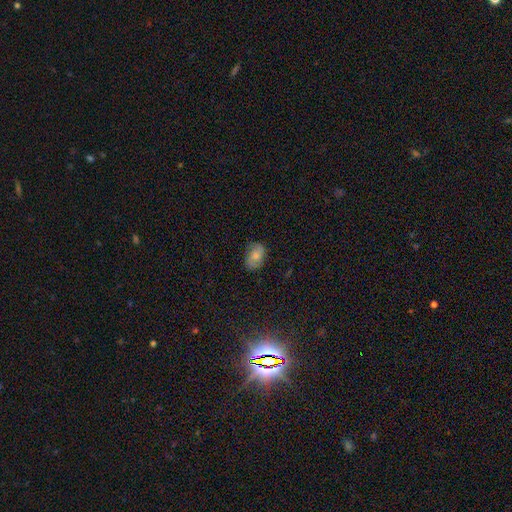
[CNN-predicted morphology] This is likely a smooth galaxy (64%). How rounded: clearly in between (82%). Merging: likely none (72%).